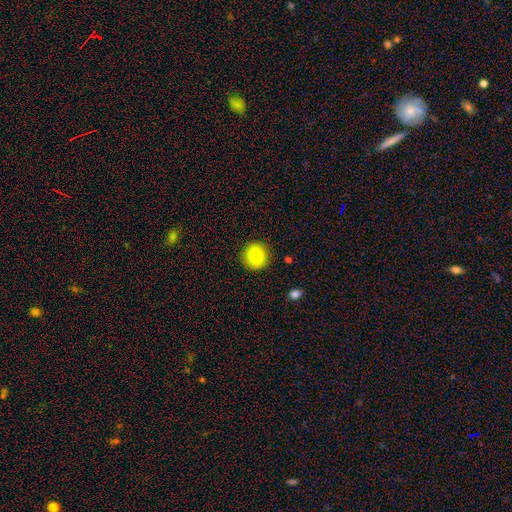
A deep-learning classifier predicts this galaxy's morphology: smooth-or-featured: smooth: 83% | star or artifact: 9% | featured or disk: 8%
  how-rounded: round: 94% | in between: 5% | cigar-shaped: 1%
  merging: none: 91% | minor disturbance: 6% | major disturbance: 2% | merger: 1%